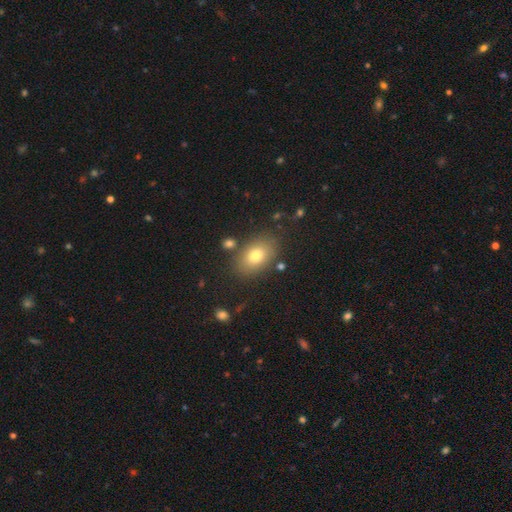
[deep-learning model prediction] Overall: smooth (77%). How rounded: in between (85%). Merging: none (82%).